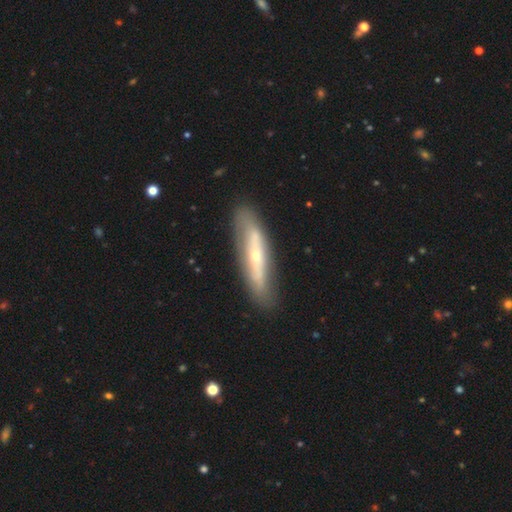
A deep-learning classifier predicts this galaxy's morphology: smooth_or_featured: featured or disk (p=0.63) [alt: smooth p=0.31]
disk_edge_on: yes (p=0.55) [alt: no p=0.45]
merging: none (p=0.79) [alt: minor disturbance p=0.14]